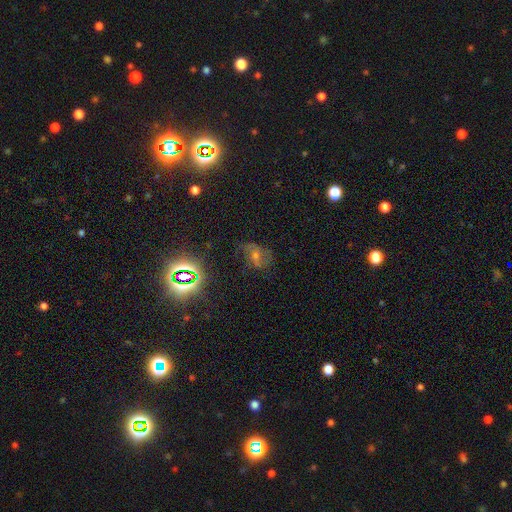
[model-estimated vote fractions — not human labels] A featured or disk galaxy (44%).

Vote fractions:
- Smooth or featured? featured or disk: 44% / star or artifact: 37% / smooth: 19%
- Merging? none: 59% / minor disturbance: 22% / major disturbance: 16% / merger: 3%